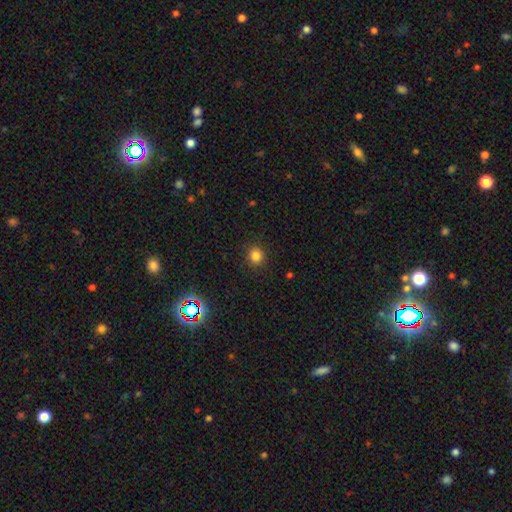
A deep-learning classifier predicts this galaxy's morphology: A smooth galaxy with no disk features (82%) that is round (87%). Merging: none (90%).